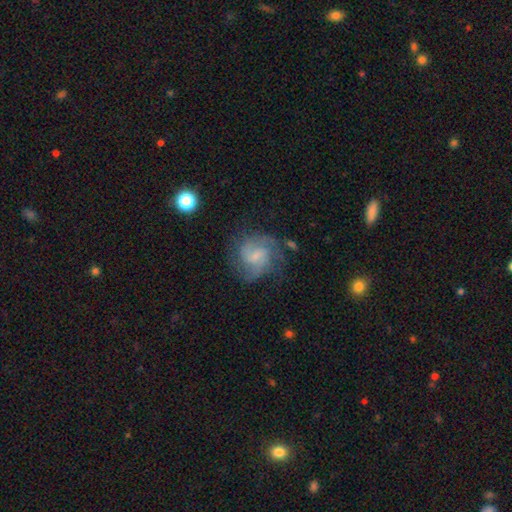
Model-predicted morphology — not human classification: The model was most divided on "spiral winding": medium: 49%, tight: 30%, loose: 21%. Remaining: edge-on disk — no (98%); spiral arms — yes (91%); smooth or featured — featured or disk (71%); merging — none (61%); bar — weak (55%); spiral arm count — 2 (52%); bulge size — small (47%).